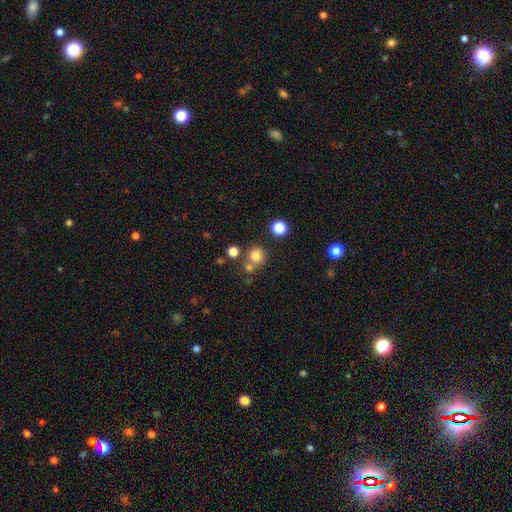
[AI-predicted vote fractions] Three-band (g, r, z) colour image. It shows a smooth galaxy with no disk features (78%) that is round (90%). Merging: none (67%).